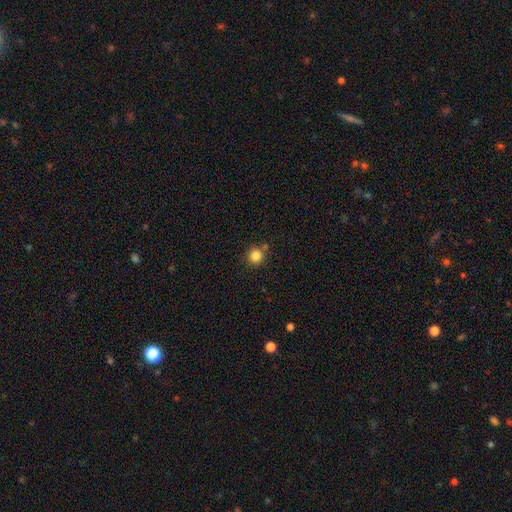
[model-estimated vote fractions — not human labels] This appears to be a smooth galaxy with no disk features (83%) that is round (92%). Merging: none (81%).